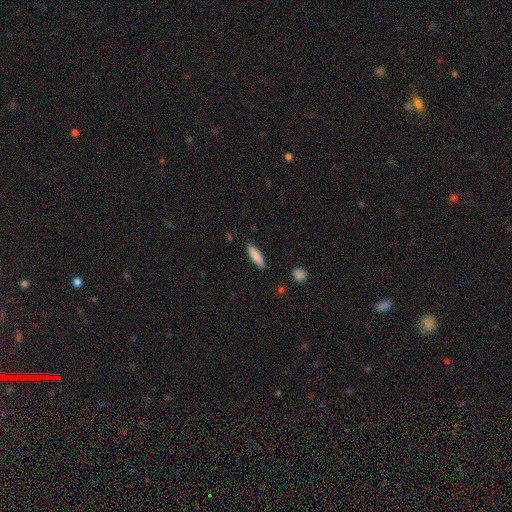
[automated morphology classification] This is clearly a smooth galaxy (87%). How rounded: likely cigar-shaped (64%). Merging: clearly none (88%).